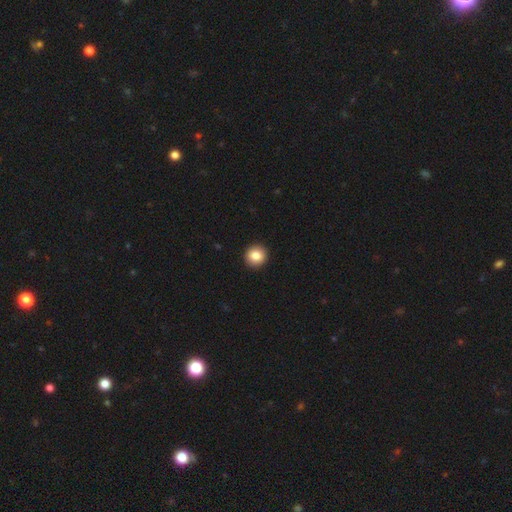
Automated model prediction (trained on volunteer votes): Q: Smooth or featured?
A: smooth (84%); runner-up: star or artifact (9%)
Q: How rounded?
A: round (94%); runner-up: in between (5%)
Q: Merging?
A: none (94%); runner-up: minor disturbance (4%)